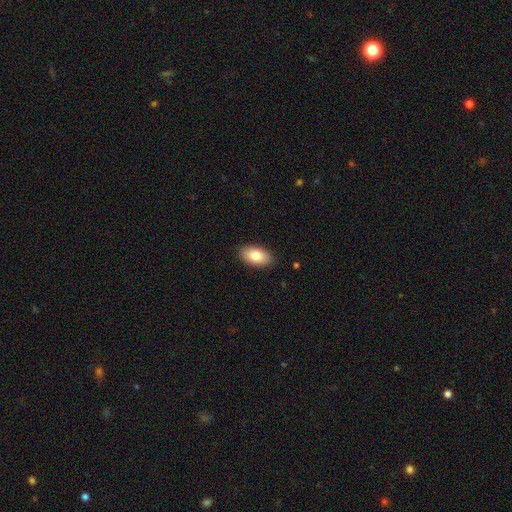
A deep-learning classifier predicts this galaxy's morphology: A smooth galaxy with no disk features (83%) that is in between round and cigar-shaped (94%).

Vote fractions:
- Smooth or featured? smooth: 83% / featured or disk: 11% / star or artifact: 7%
- How rounded? in between: 94% / round: 4% / cigar-shaped: 2%
- Merging? none: 89% / minor disturbance: 8% / major disturbance: 2% / merger: 1%